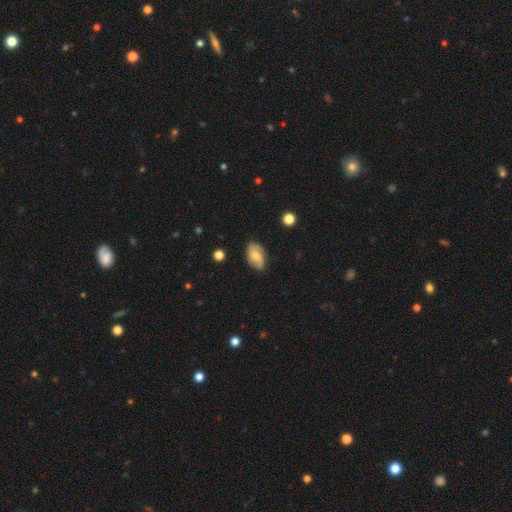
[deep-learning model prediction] smooth-or-featured: featured or disk: 46% (tied) | smooth: 46% (tied) | star or artifact: 8%
  merging: none: 78% | minor disturbance: 17% | major disturbance: 4% | merger: 1%